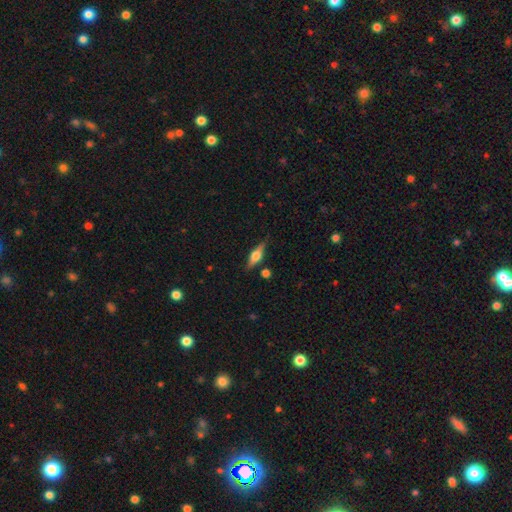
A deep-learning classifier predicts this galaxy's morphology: This is possibly a featured or disk galaxy (59%). It is clearly viewed edge-on (95%). Edge-on bulge: clearly rounded (90%). Merging: likely none (80%).